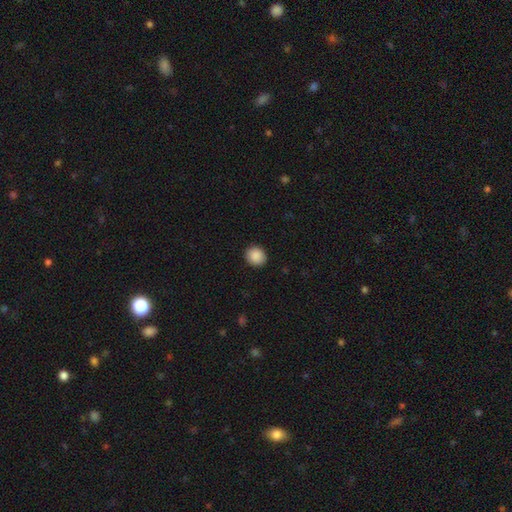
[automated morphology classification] A smooth galaxy with no disk features (90%) that is round (79%).

Vote fractions:
- Smooth or featured? smooth: 90% / star or artifact: 8% / featured or disk: 3%
- How rounded? round: 79% / in between: 20% / cigar-shaped: 1%
- Merging? none: 91% / minor disturbance: 6% / major disturbance: 2% / merger: 1%